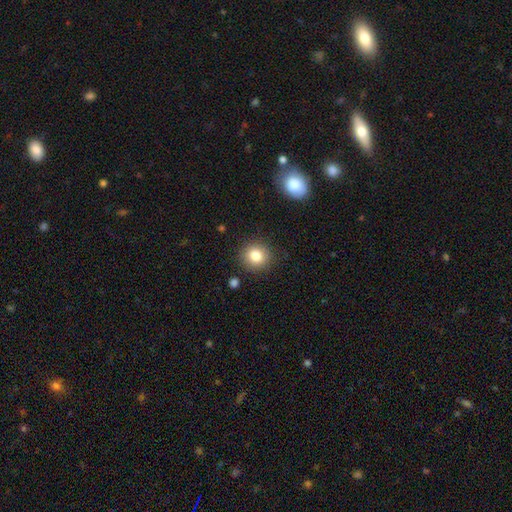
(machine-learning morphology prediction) Smooth or featured?
  - smooth: 82% *
  - star or artifact: 10%
  - featured or disk: 8%
How rounded?
  - round: 88% *
  - in between: 11%
  - cigar-shaped: 1%
Merging?
  - none: 88% *
  - minor disturbance: 7%
  - major disturbance: 2%
  - merger: 2%